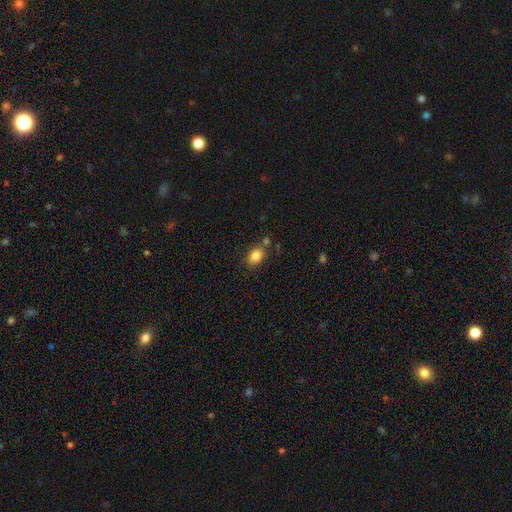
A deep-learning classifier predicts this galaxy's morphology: Q: Smooth or featured?
A: smooth (84%); runner-up: star or artifact (9%)
Q: How rounded?
A: in between (73%); runner-up: round (26%)
Q: Merging?
A: none (72%); runner-up: minor disturbance (14%)